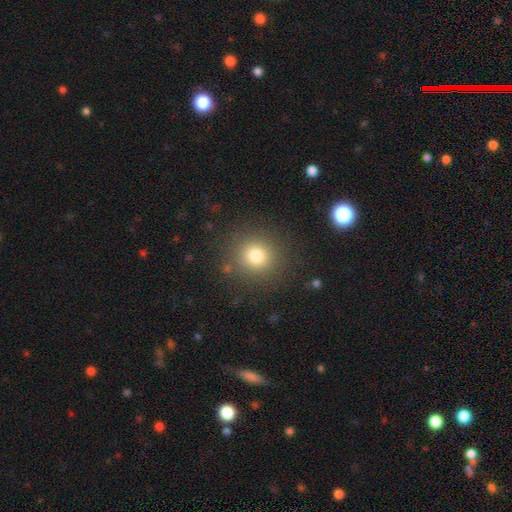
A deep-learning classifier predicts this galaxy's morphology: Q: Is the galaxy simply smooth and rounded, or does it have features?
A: smooth — 78%.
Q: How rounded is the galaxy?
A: round — 91%.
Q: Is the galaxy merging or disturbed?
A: none — 87%.